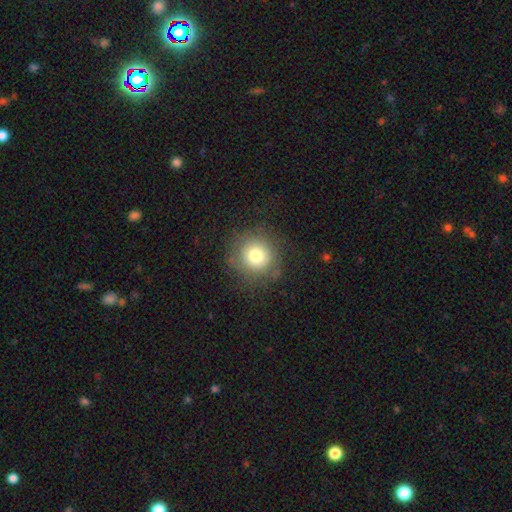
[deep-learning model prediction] Smooth or featured?
  - smooth: 74% *
  - featured or disk: 14%
  - star or artifact: 12%
How rounded?
  - round: 93% *
  - in between: 6%
  - cigar-shaped: 1%
Merging?
  - none: 79% *
  - minor disturbance: 13%
  - major disturbance: 7%
  - merger: 1%